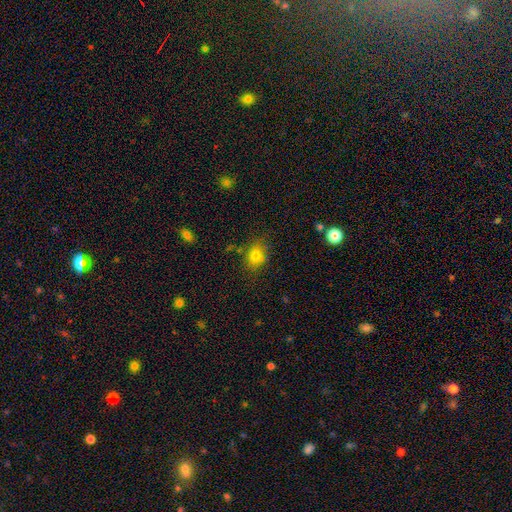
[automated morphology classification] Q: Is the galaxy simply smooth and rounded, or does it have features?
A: smooth — 77%.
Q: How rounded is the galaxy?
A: in between — 52%.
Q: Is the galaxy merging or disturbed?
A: none — 71%.